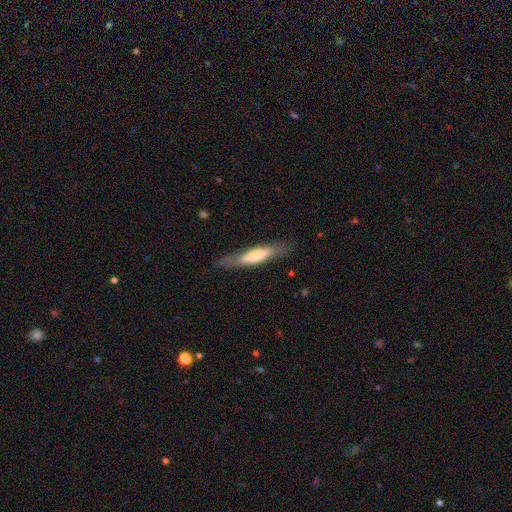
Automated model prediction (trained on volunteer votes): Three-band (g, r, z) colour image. It shows a smooth galaxy with no disk features (54%) that is cigar-shaped (77%). Merging: none (77%).